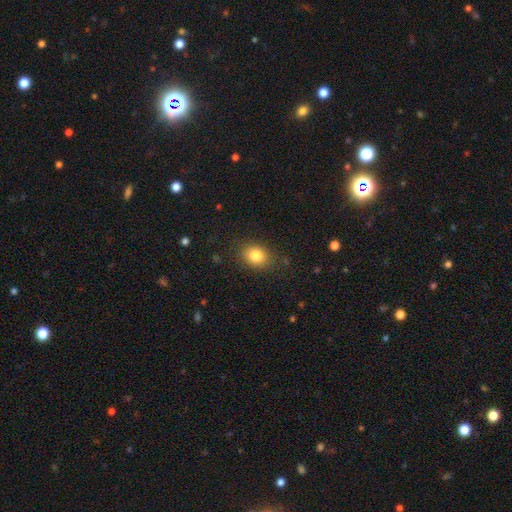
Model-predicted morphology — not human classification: Smooth or featured? Predicted: smooth (p=0.83). How rounded? Predicted: round (p=0.54). Merging? Predicted: none (p=0.84).